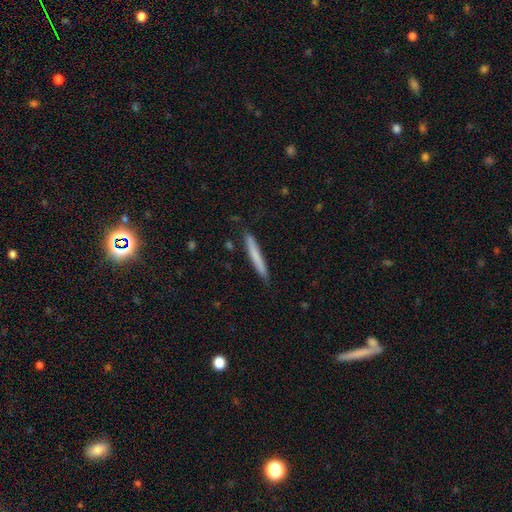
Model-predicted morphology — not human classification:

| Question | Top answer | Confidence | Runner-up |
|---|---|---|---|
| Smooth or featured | smooth | 71% | featured or disk (23%) |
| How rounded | cigar-shaped | 96% | in between (2%) |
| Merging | none | 87% | minor disturbance (10%) |